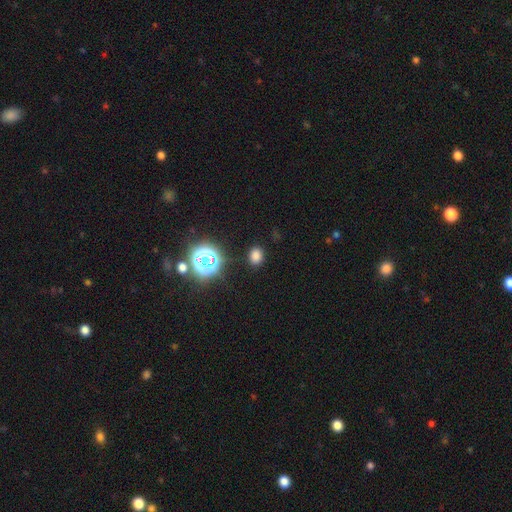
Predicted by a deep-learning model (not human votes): Smooth or featured: smooth — 74% (star or artifact — 21%)
How rounded: round — 50% (in between — 49%)
Merging: none — 86% (minor disturbance — 9%)